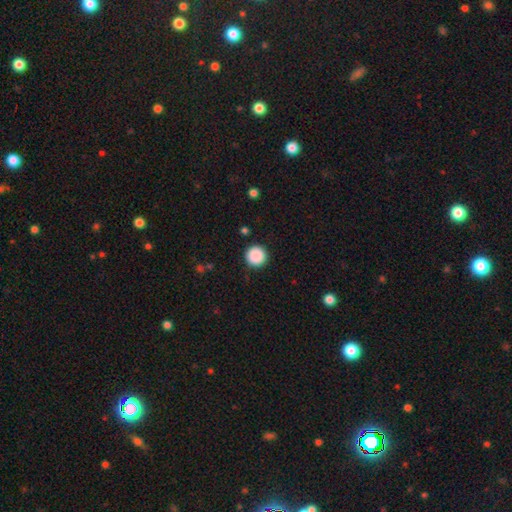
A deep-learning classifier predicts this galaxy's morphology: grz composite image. It shows a smooth galaxy with no disk features (89%) that is round (96%). Merging: none (92%).